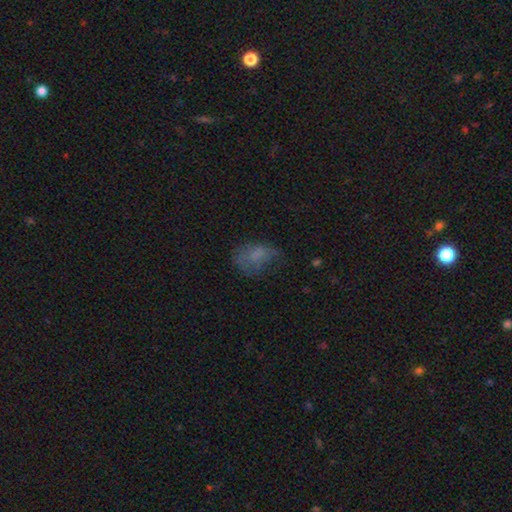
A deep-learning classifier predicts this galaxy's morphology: Q: Smooth or featured?
A: smooth (60%); runner-up: featured or disk (23%)
Q: How rounded?
A: in between (78%); runner-up: round (20%)
Q: Merging?
A: none (40%); runner-up: major disturbance (30%)